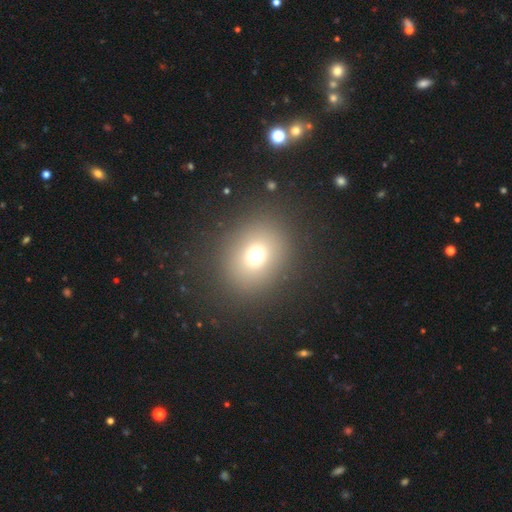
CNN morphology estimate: Q: Smooth or featured?
A: smooth (69%); runner-up: star or artifact (20%)
Q: How rounded?
A: round (71%); runner-up: in between (28%)
Q: Merging?
A: none (86%); runner-up: minor disturbance (7%)